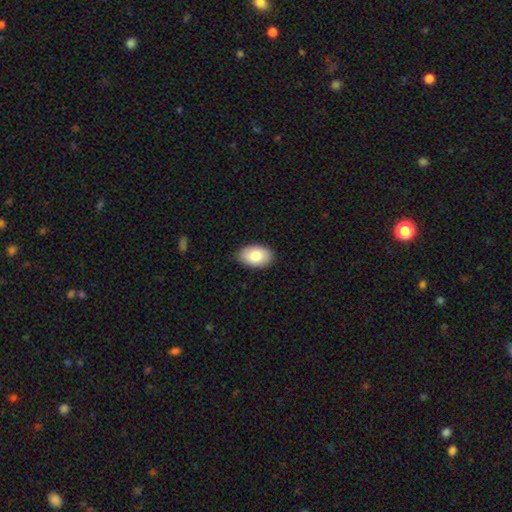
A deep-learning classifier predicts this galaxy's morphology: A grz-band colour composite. It shows a smooth galaxy with no disk features (84%) that is in between round and cigar-shaped (92%). Merging: none (86%).